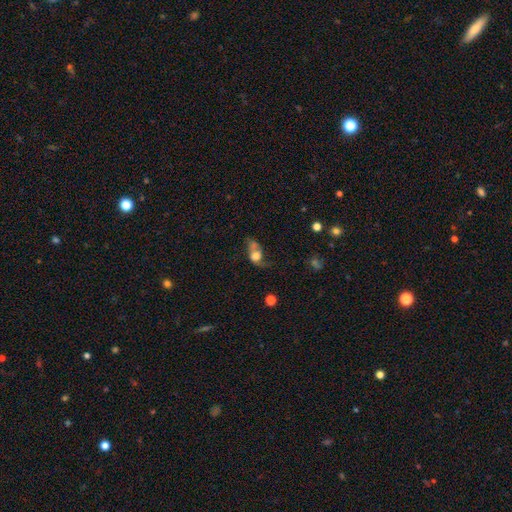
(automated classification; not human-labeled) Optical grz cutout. It shows a smooth galaxy with no disk features (53%) that is in between round and cigar-shaped (61%). Merging: major disturbance (40%).